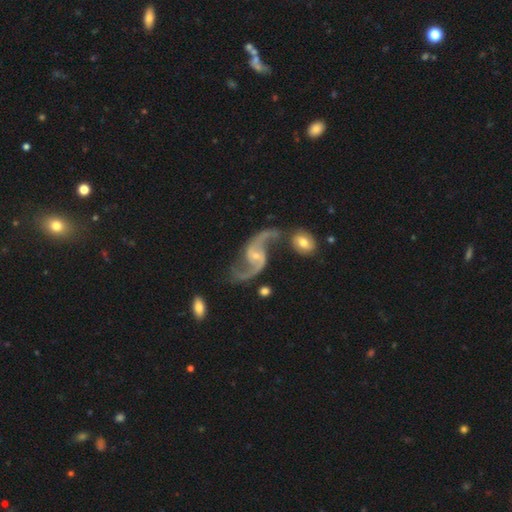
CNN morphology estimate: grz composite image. It shows a featured or disk galaxy (92%) with no bar (44%), 2 (94%) loose (69%) spiral arms (97%) and a small central bulge (70%). Merging: none (58%).